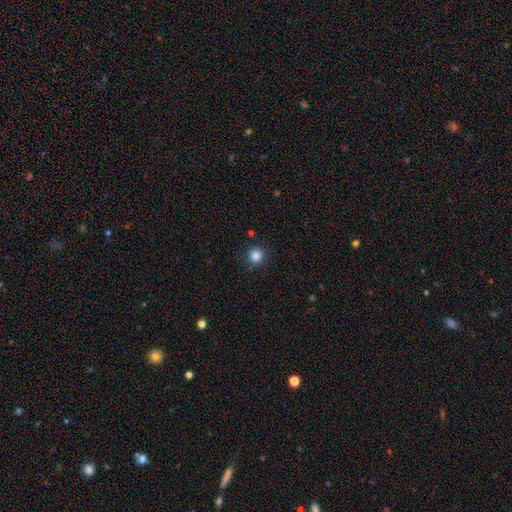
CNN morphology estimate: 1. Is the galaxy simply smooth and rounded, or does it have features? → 85% smooth, 11% star or artifact, 4% featured or disk.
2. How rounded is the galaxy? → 91% round, 8% in between, 1% cigar-shaped.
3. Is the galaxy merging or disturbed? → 89% none, 7% minor disturbance, 2% major disturbance, 1% merger.